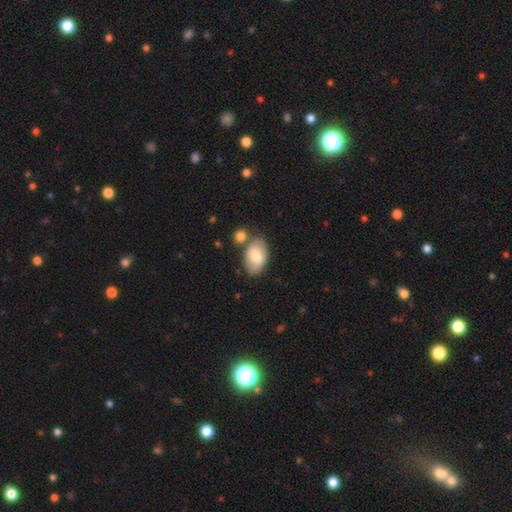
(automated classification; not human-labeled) The model was most divided on "merging": none: 64%, merger: 17%, minor disturbance: 15%, major disturbance: 4%. More confident: how rounded — in between (93%); smooth or featured — smooth (77%).